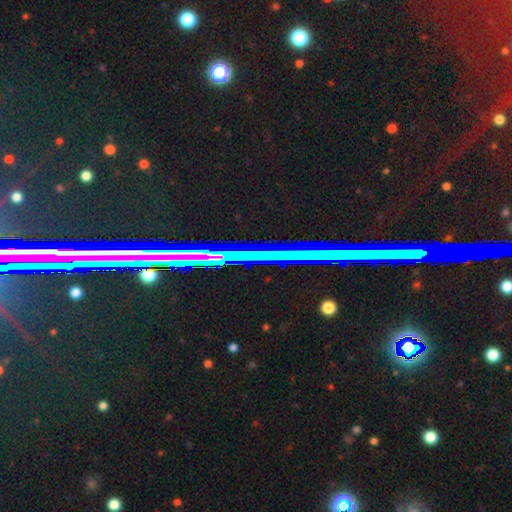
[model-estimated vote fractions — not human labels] Smooth or featured?
  - star or artifact: 80% *
  - featured or disk: 12%
  - smooth: 8%